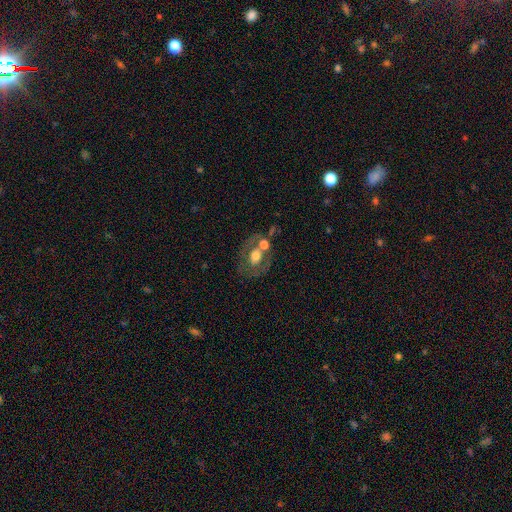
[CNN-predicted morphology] Smooth or featured? Predicted: featured or disk (p=0.49). Merging? Predicted: none (p=0.50).